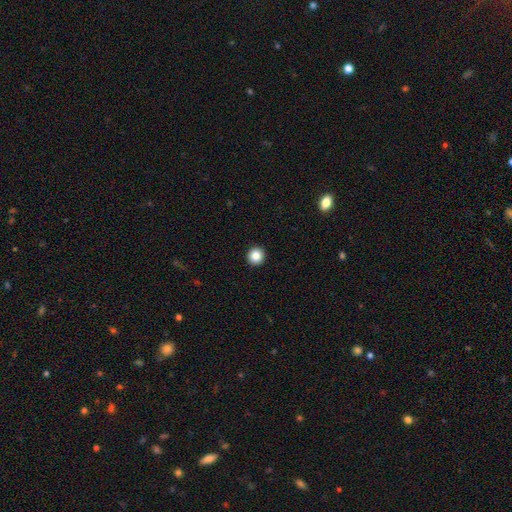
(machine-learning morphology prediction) Smooth or featured? smooth (85%)
How rounded? round (95%)
Merging? none (94%)